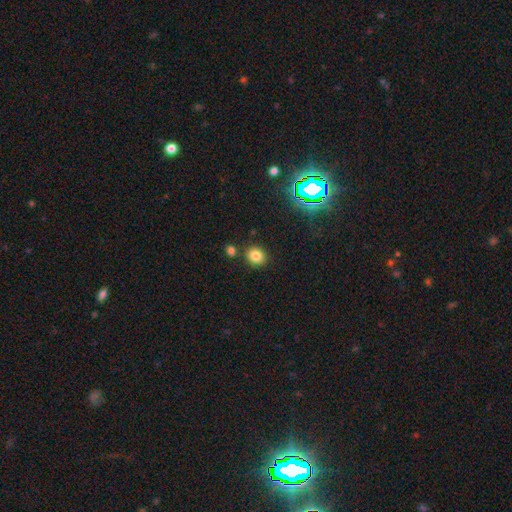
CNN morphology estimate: Smooth or featured?
  - smooth: 82% *
  - star or artifact: 13%
  - featured or disk: 6%
How rounded?
  - round: 73% *
  - in between: 27%
  - cigar-shaped: 1%
Merging?
  - none: 81% *
  - minor disturbance: 9%
  - merger: 8%
  - major disturbance: 3%